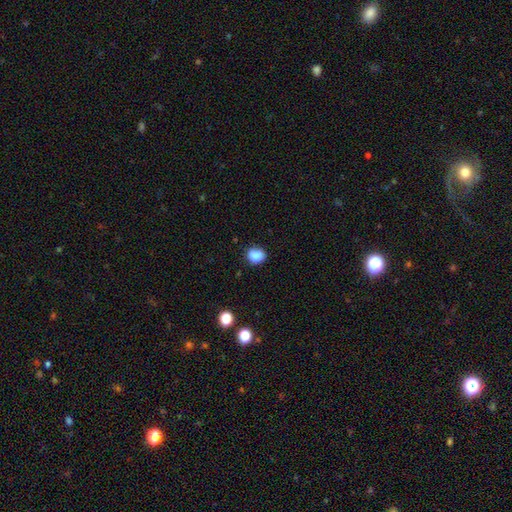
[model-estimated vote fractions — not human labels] Q: Smooth or featured?
A: smooth (86%); runner-up: star or artifact (10%)
Q: How rounded?
A: round (60%); runner-up: in between (39%)
Q: Merging?
A: none (79%); runner-up: minor disturbance (16%)